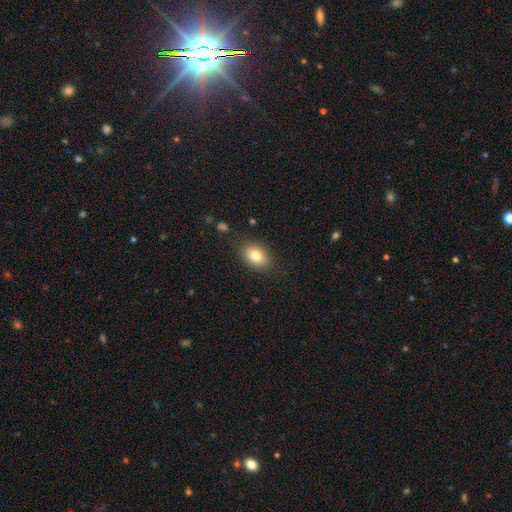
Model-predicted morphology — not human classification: Q: Smooth or featured?
A: smooth (80%); runner-up: featured or disk (11%)
Q: How rounded?
A: in between (82%); runner-up: round (17%)
Q: Merging?
A: none (84%); runner-up: minor disturbance (11%)